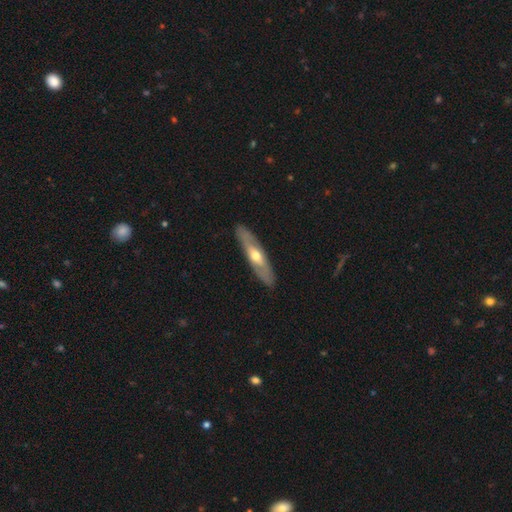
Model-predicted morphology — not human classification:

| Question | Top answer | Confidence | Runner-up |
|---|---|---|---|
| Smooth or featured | featured or disk | 59% | smooth (37%) |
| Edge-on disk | yes | 55% | no (45%) |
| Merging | none | 88% | minor disturbance (8%) |